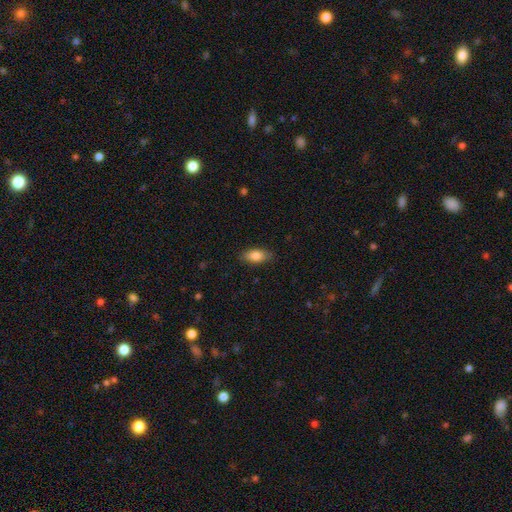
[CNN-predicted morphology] smooth-or-featured: smooth: 83% | featured or disk: 10% | star or artifact: 7%
  how-rounded: in between: 86% | cigar-shaped: 11% | round: 4%
  merging: none: 86% | minor disturbance: 11% | major disturbance: 2% | merger: 1%